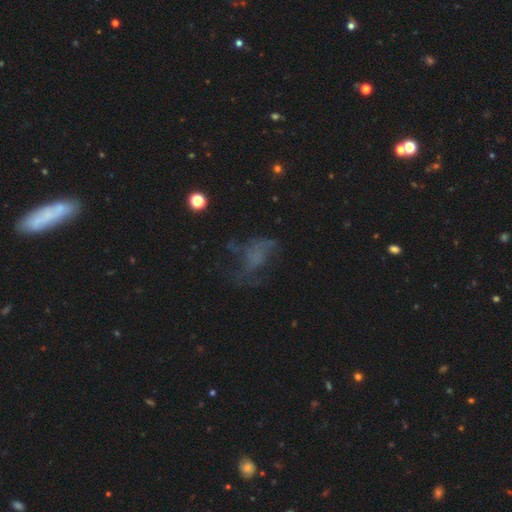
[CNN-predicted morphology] Q: Smooth or featured?
A: featured or disk (44%); runner-up: smooth (30%)
Q: Merging?
A: major disturbance (39%); runner-up: none (38%)